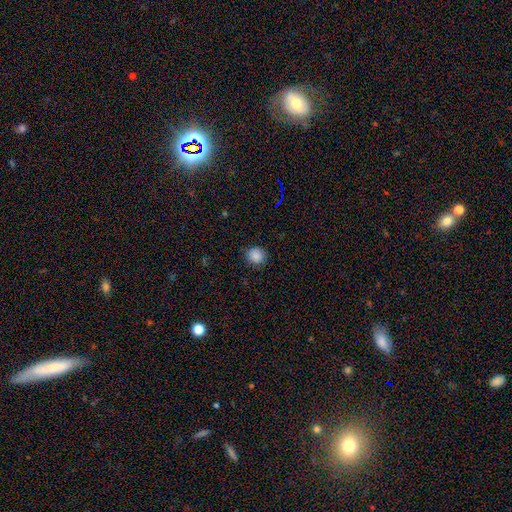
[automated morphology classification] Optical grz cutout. It shows a smooth galaxy with no disk features (86%) that is round (87%). Merging: none (85%).